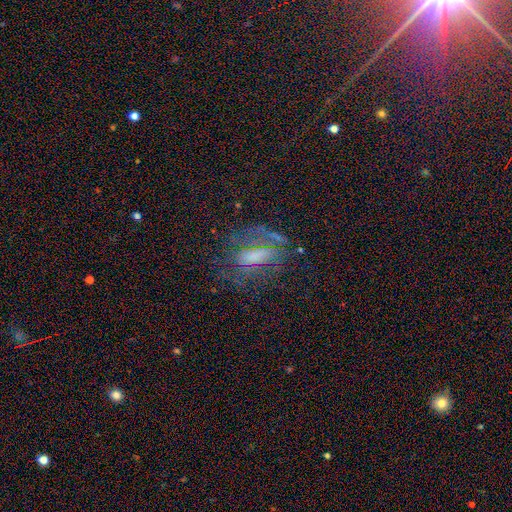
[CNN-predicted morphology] Q: Smooth or featured?
A: featured or disk (41%); runner-up: smooth (34%)
Q: Merging?
A: none (58%); runner-up: minor disturbance (20%)